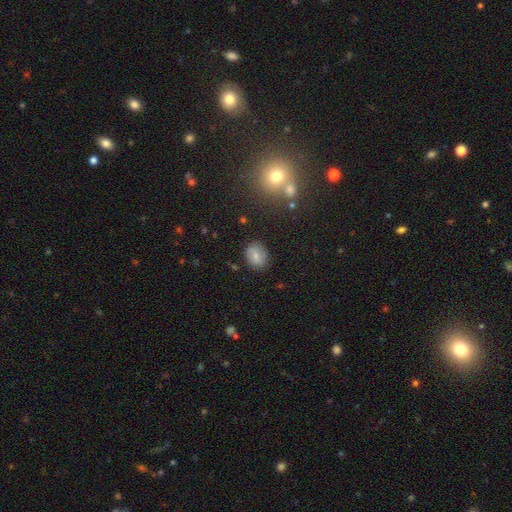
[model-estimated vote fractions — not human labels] This is likely a smooth galaxy (68%). How rounded: possibly round (52%). Merging: clearly none (83%).